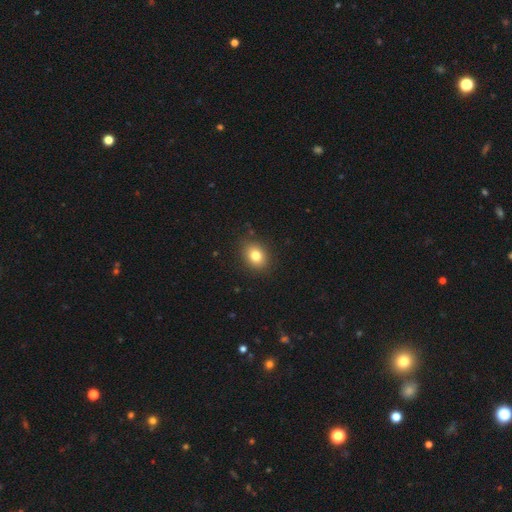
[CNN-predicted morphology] Smooth or featured? Predicted: smooth (p=0.81). How rounded? Predicted: in between (p=0.55). Merging? Predicted: none (p=0.87).